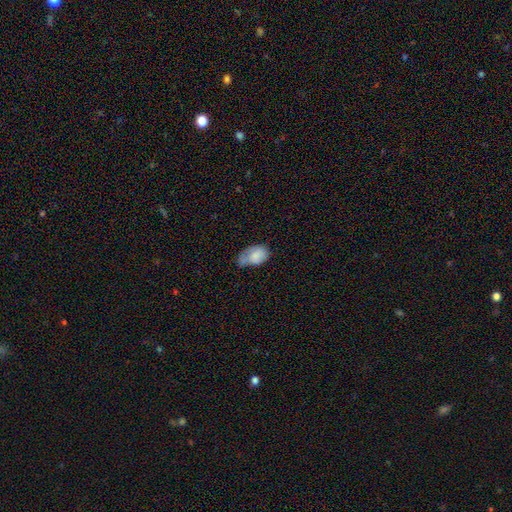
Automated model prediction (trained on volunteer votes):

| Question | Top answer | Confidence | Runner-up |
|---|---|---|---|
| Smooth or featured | smooth | 76% | featured or disk (17%) |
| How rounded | in between | 86% | round (13%) |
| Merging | minor disturbance | 39% | none (27%) |